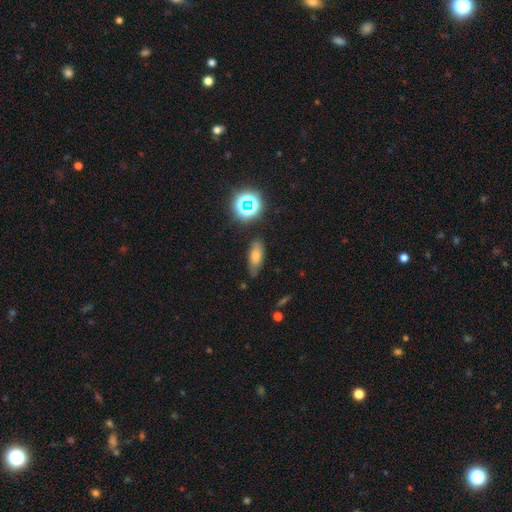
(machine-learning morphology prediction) Smooth or featured? smooth (62%)
How rounded? in between (70%)
Merging? none (75%)